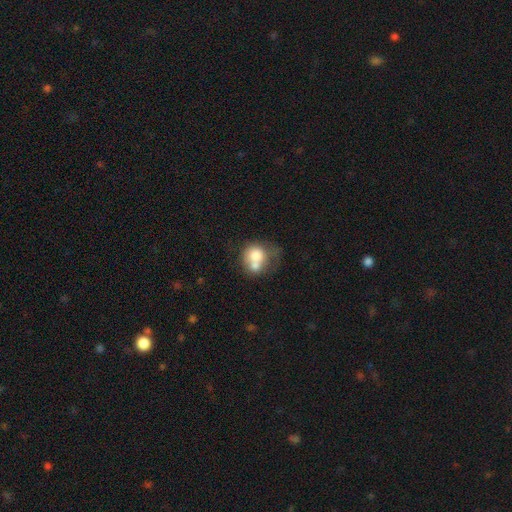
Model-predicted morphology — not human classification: This appears to be a smooth galaxy with no disk features (70%) that is round (69%). Merging: merger (53%).